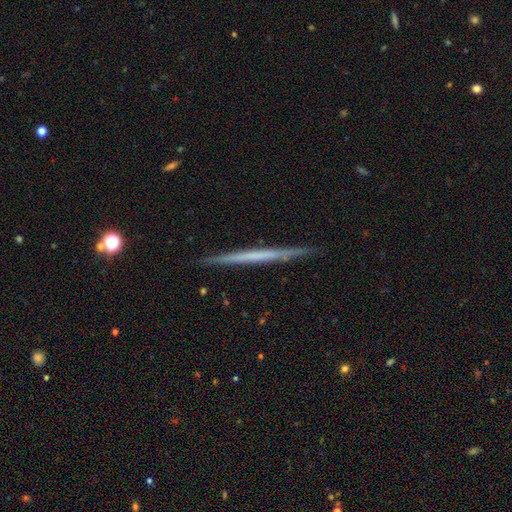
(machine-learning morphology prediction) Smooth or featured? featured or disk (59%)
Edge-on disk? yes (98%)
Edge-on bulge? none (91%)
Merging? none (91%)